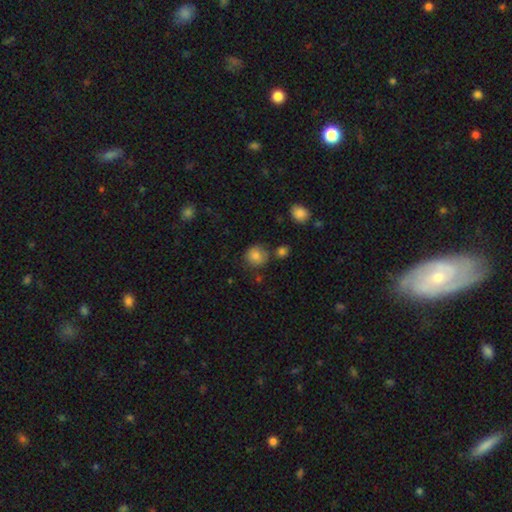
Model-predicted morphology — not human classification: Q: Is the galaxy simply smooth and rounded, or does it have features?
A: smooth — 81%.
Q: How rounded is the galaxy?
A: round — 86%.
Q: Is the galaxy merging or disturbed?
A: none — 72%.